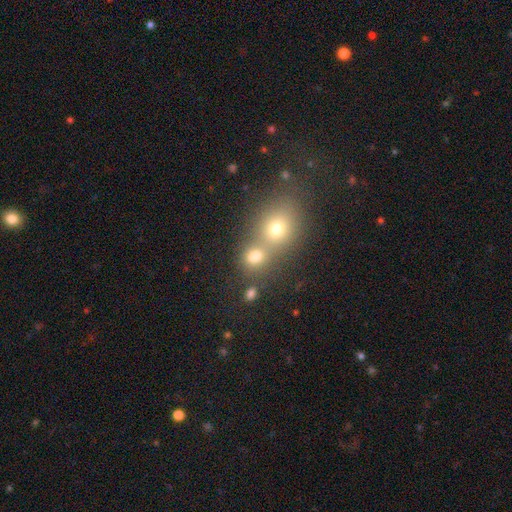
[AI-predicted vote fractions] Morphology: type=smooth (73%); roundness=round (71%); merging=merger (48%).